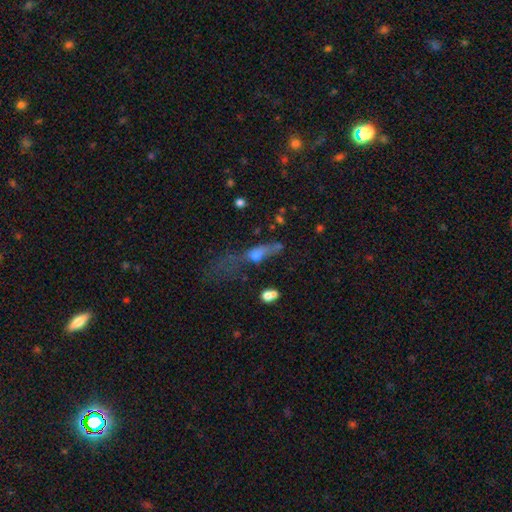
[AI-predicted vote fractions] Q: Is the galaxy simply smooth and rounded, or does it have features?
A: smooth — 53%.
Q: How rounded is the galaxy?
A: in between — 45%.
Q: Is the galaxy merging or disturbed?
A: major disturbance — 47%.